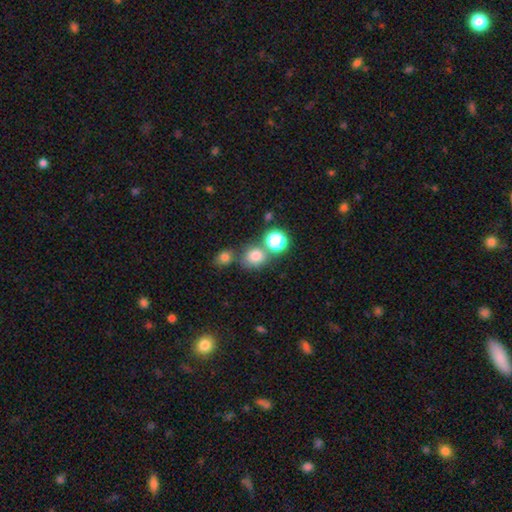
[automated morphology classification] Overall: smooth (74%). How rounded: round (73%). Merging: none (61%; merger 23%).